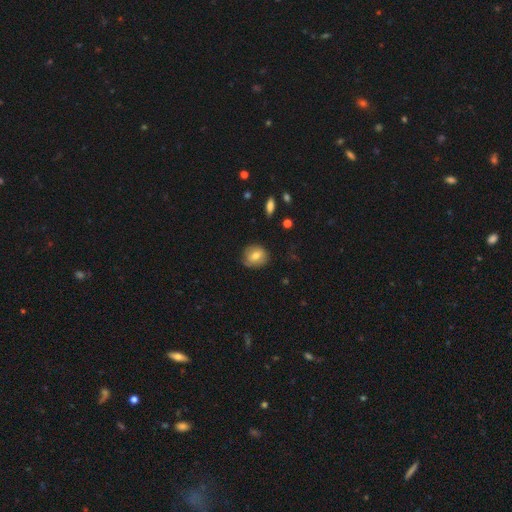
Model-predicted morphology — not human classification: smooth_or_featured: smooth (p=0.67) [alt: featured or disk p=0.24]
how_rounded: round (p=0.72) [alt: in between p=0.26]
merging: none (p=0.73) [alt: minor disturbance p=0.22]